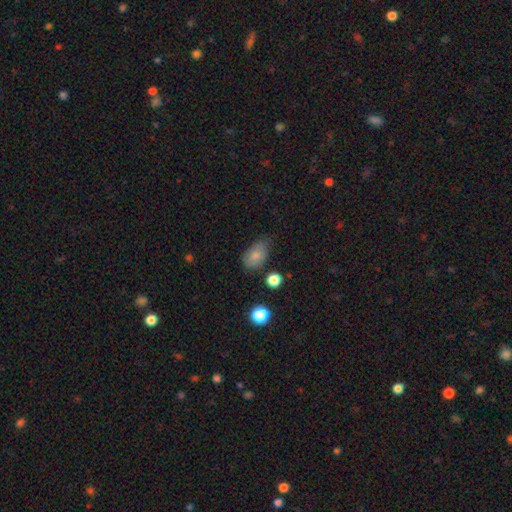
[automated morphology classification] smooth_or_featured: smooth (p=0.79) [alt: featured or disk p=0.12]
how_rounded: in between (p=0.86) [alt: round p=0.12]
merging: none (p=0.62) [alt: minor disturbance p=0.28]